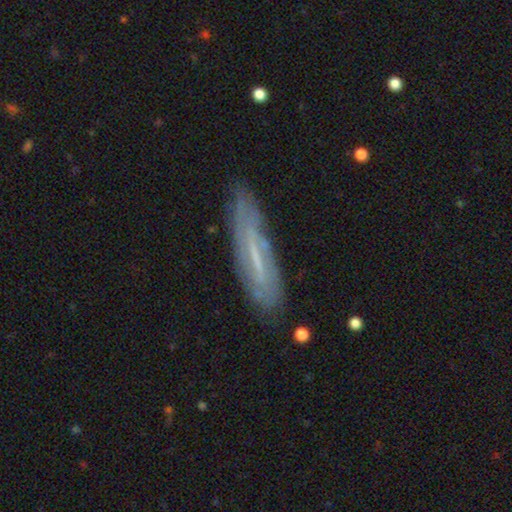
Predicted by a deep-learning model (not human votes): Smooth or featured: featured or disk — 59% (smooth — 32%)
Edge-on disk: yes — 51% (no — 49%)
Merging: none — 77% (minor disturbance — 17%)